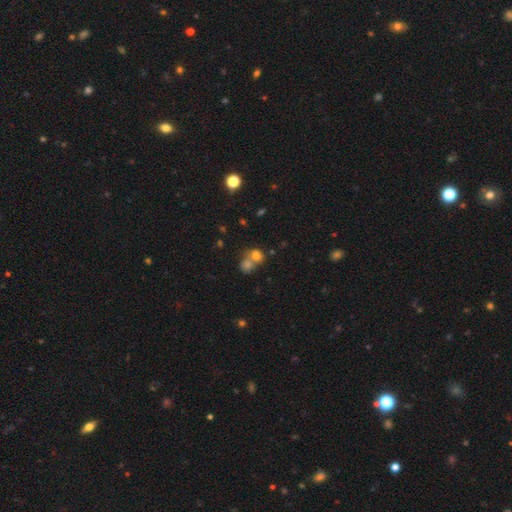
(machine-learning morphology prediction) This is likely a smooth galaxy (73%). How rounded: possibly in between (51%). Merging: likely merger (61%).